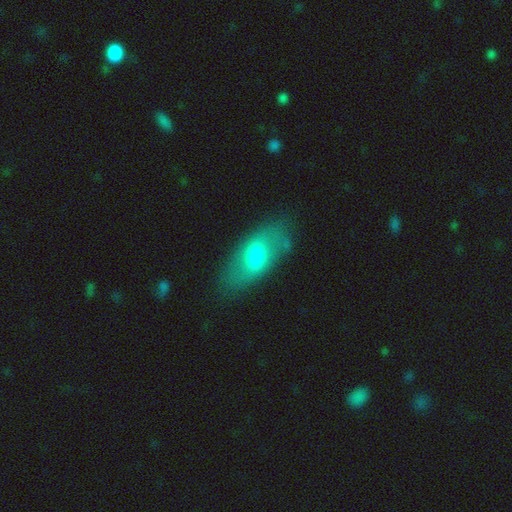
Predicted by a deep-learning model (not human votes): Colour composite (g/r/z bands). It shows a smooth galaxy with no disk features (58%) that is in between round and cigar-shaped (87%). Merging: none (73%).